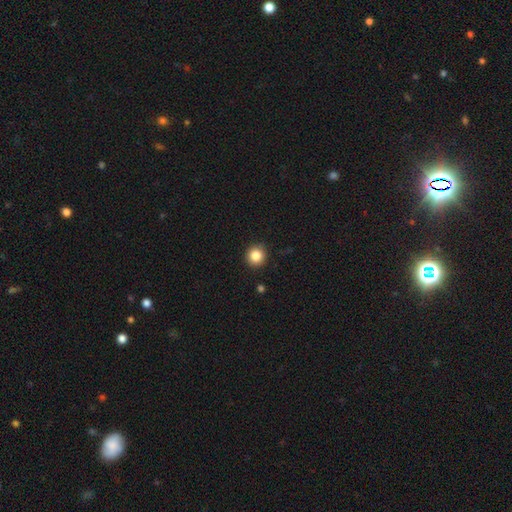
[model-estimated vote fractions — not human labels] This appears to be a smooth galaxy with no disk features (85%) that is round (93%). Merging: none (92%).